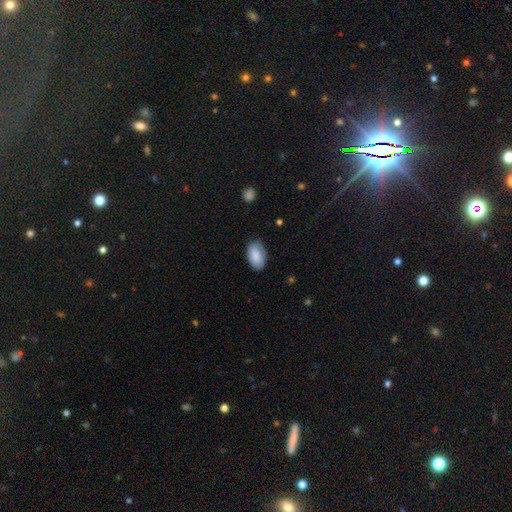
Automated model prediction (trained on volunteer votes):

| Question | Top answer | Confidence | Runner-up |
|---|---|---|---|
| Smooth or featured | smooth | 86% | featured or disk (8%) |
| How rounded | in between | 94% | round (4%) |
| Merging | none | 80% | minor disturbance (16%) |